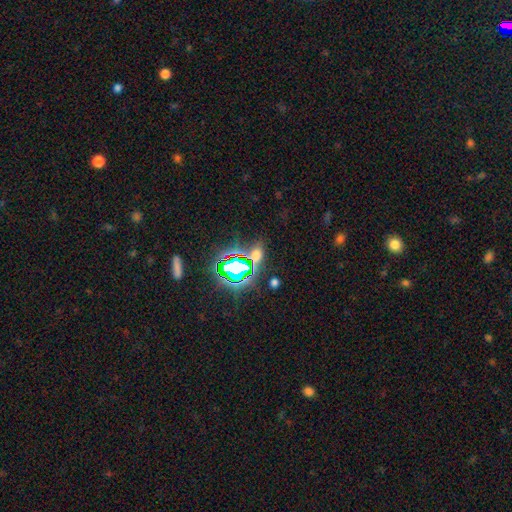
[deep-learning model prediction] Q: Smooth or featured?
A: star or artifact (51%); runner-up: smooth (38%)